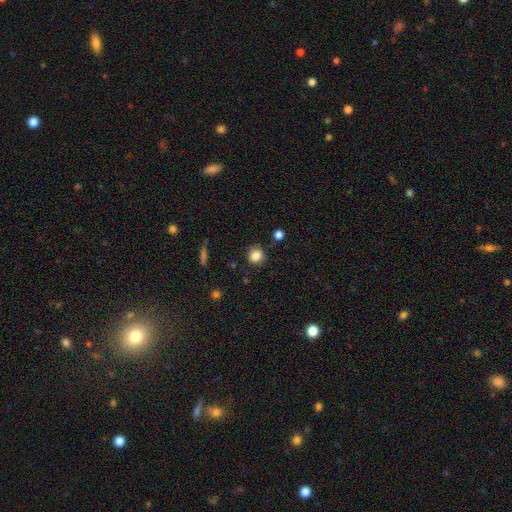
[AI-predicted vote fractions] Smooth or featured?
  - smooth: 84% *
  - star or artifact: 11%
  - featured or disk: 5%
How rounded?
  - round: 83% *
  - in between: 16%
  - cigar-shaped: 1%
Merging?
  - none: 85% *
  - minor disturbance: 10%
  - major disturbance: 3%
  - merger: 2%